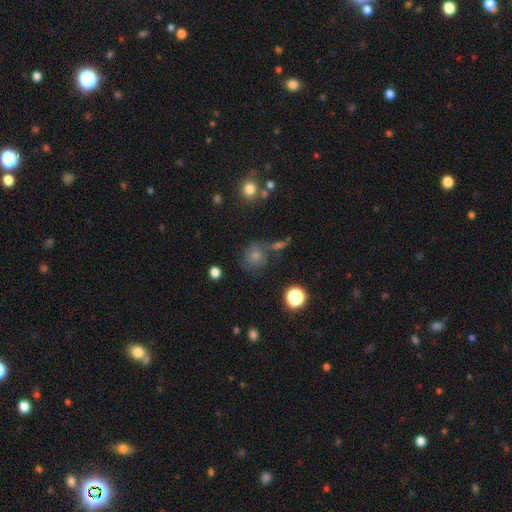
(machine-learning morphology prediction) This appears to be a smooth galaxy with no disk features (65%) that is round (81%). Merging: none (58%).